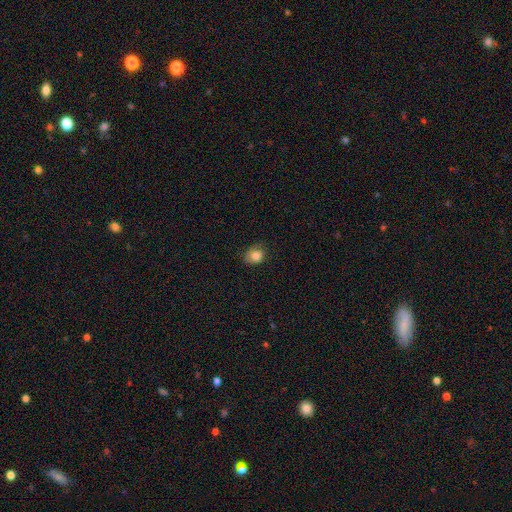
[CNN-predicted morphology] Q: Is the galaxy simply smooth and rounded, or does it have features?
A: smooth — 84%.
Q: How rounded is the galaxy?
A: round — 56%.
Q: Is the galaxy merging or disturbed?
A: none — 62%.